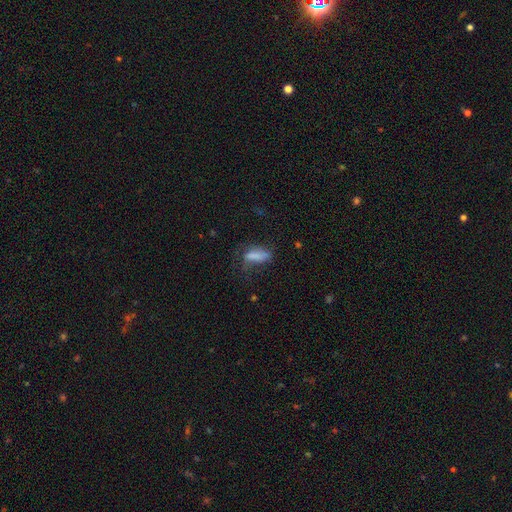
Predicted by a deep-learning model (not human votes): This appears to be a smooth galaxy with no disk features (69%) that is in between round and cigar-shaped (67%). Merging: major disturbance (36%).